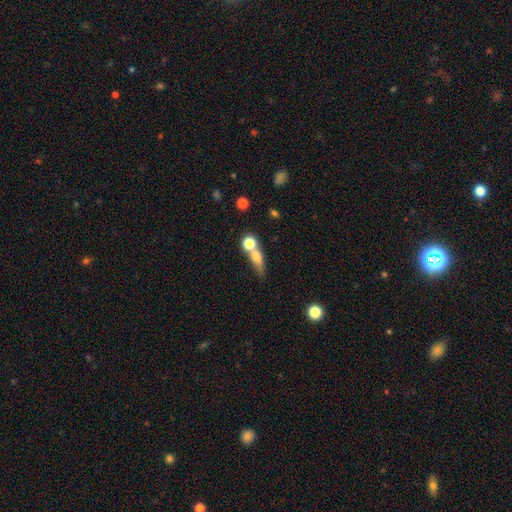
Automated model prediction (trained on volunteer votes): Smooth or featured: smooth — 66% (featured or disk — 23%)
How rounded: in between — 36% (tied with round — 36%)
Merging: merger — 47% (none — 33%)